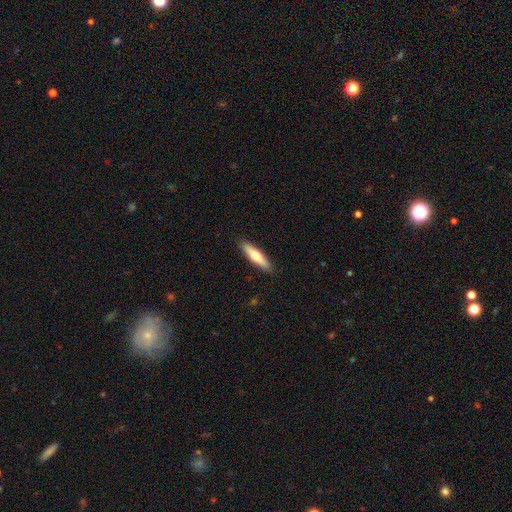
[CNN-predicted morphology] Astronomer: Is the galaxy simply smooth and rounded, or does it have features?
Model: smooth — 60%.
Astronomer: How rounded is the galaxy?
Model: cigar-shaped — 77%.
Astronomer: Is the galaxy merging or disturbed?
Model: none — 90%.